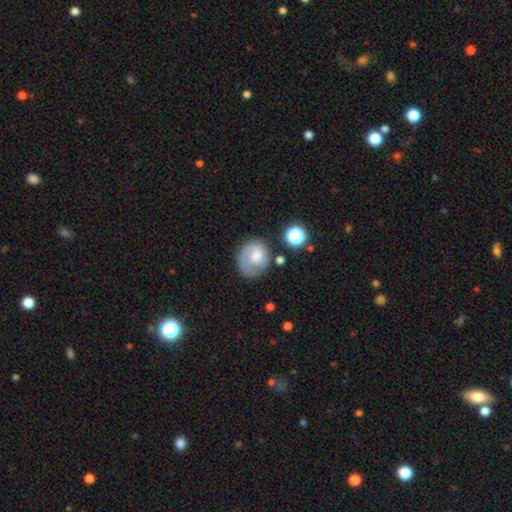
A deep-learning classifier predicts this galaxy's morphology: A smooth galaxy with no disk features (48%).

Vote fractions:
- Smooth or featured? smooth: 48% / featured or disk: 43% / star or artifact: 9%
- Merging? none: 57% / minor disturbance: 23% / major disturbance: 14% / merger: 5%